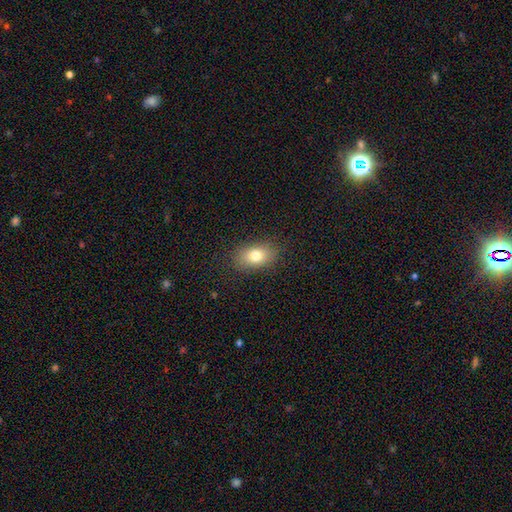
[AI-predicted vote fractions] The model was most divided on "smooth or featured": smooth: 79%, featured or disk: 11%, star or artifact: 10%. More confident: merging — none (86%); how rounded — in between (84%).